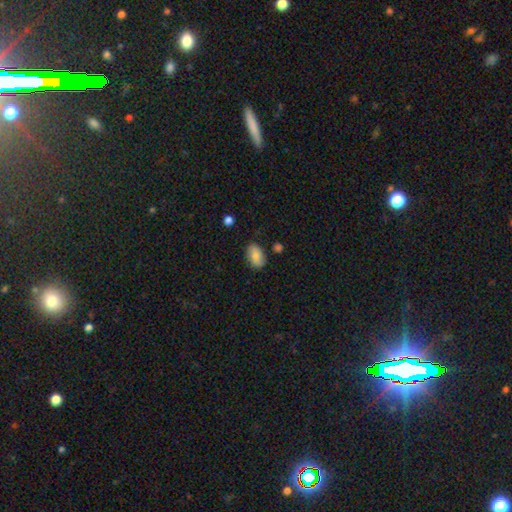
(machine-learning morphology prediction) A smooth galaxy with no disk features (79%) that is in between round and cigar-shaped (90%). Merging: none (77%).